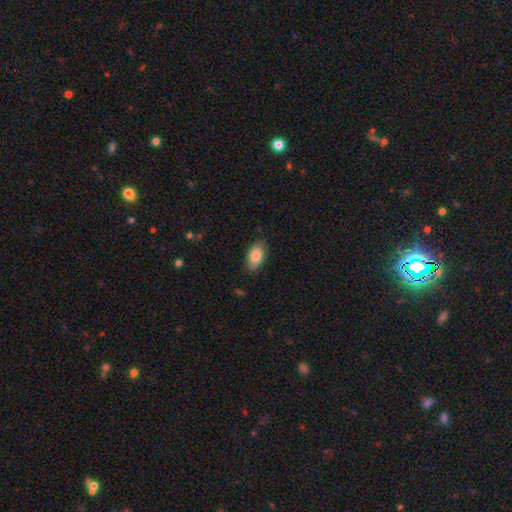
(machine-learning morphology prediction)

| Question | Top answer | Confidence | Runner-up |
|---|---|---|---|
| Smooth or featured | smooth | 83% | featured or disk (10%) |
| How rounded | in between | 92% | round (4%) |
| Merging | none | 83% | minor disturbance (14%) |